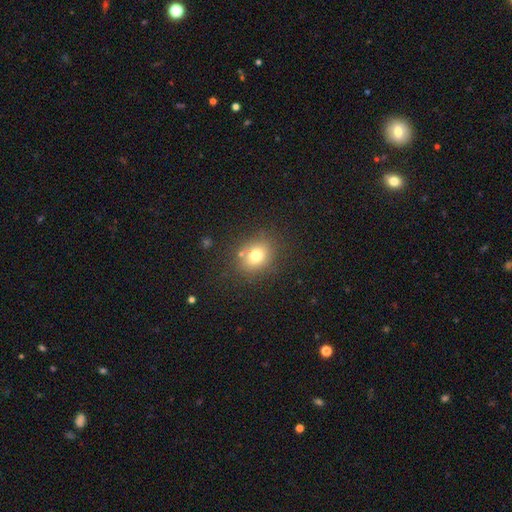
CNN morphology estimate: smooth_or_featured: smooth (p=0.74) [alt: star or artifact p=0.14]
how_rounded: round (p=0.60) [alt: in between p=0.39]
merging: none (p=0.77) [alt: minor disturbance p=0.13]